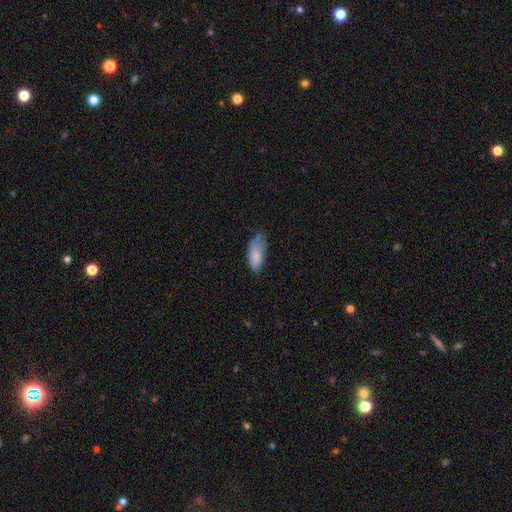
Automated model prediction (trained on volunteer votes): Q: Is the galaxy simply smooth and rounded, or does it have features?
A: smooth — 80%.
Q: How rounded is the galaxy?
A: in between — 80%.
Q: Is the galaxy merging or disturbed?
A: none — 41%.